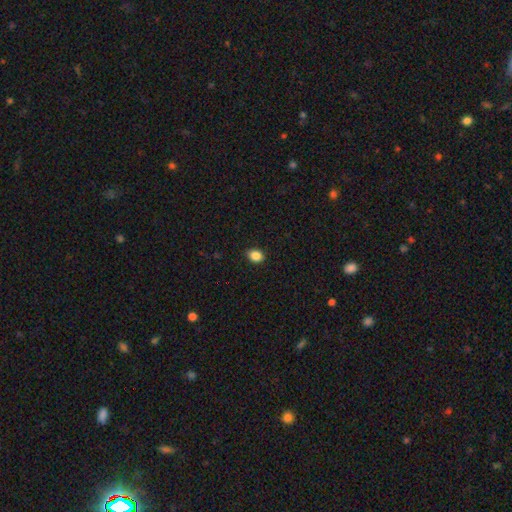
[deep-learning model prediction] A smooth galaxy with no disk features (86%) that is in between round and cigar-shaped (53%). Merging: none (84%).